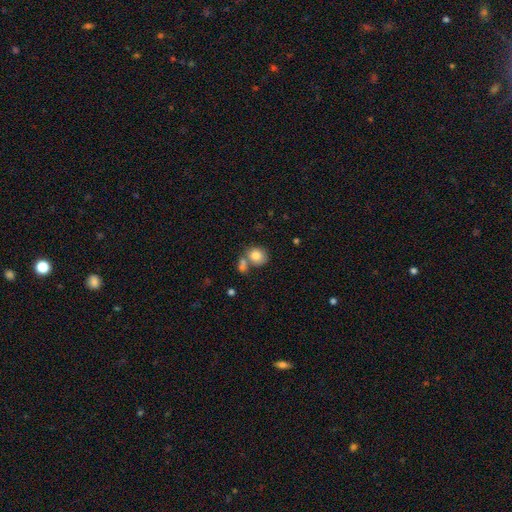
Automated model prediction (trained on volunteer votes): A smooth galaxy with no disk features (82%) that is round (68%).

Vote fractions:
- Smooth or featured? smooth: 82% / featured or disk: 9% / star or artifact: 8%
- How rounded? round: 68% / in between: 31% / cigar-shaped: 1%
- Merging? none: 47% / merger: 35% / minor disturbance: 12% / major disturbance: 5%